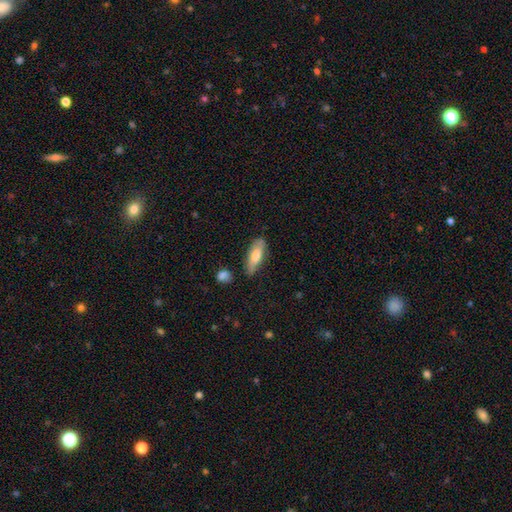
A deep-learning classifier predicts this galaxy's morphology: Overall: smooth (67%; featured or disk 27%). How rounded: in between (63%; cigar-shaped 35%). Merging: none (74%).